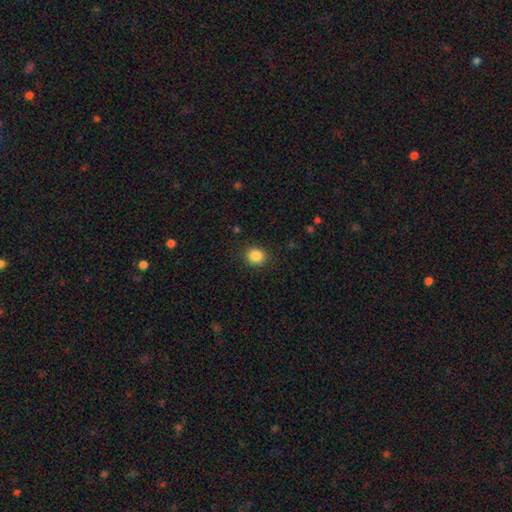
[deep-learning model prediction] smooth_or_featured: smooth (p=0.86) [alt: star or artifact p=0.10]
how_rounded: round (p=0.78) [alt: in between p=0.21]
merging: none (p=0.88) [alt: minor disturbance p=0.08]